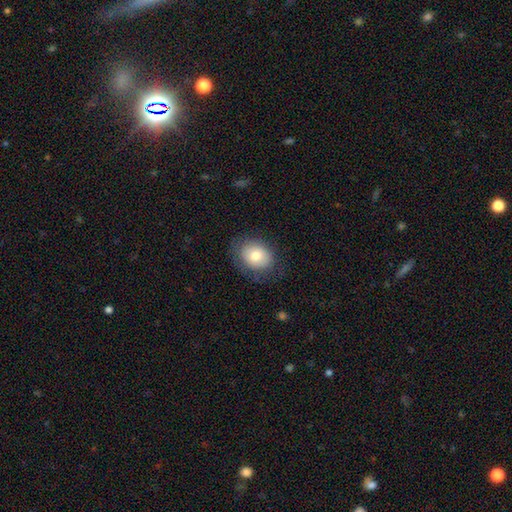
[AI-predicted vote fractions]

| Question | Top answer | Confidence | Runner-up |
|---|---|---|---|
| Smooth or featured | smooth | 75% | featured or disk (16%) |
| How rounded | round | 53% | in between (46%) |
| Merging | none | 77% | minor disturbance (16%) |